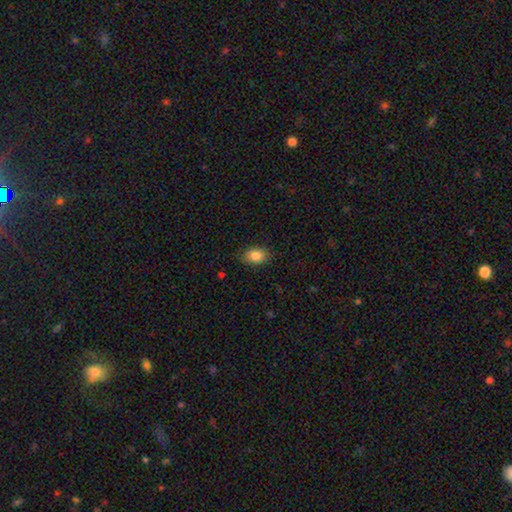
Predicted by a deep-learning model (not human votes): smooth-or-featured: smooth: 86% | star or artifact: 8% | featured or disk: 6%
  how-rounded: in between: 79% | round: 20% | cigar-shaped: 1%
  merging: none: 82% | minor disturbance: 14% | major disturbance: 3% | merger: 1%